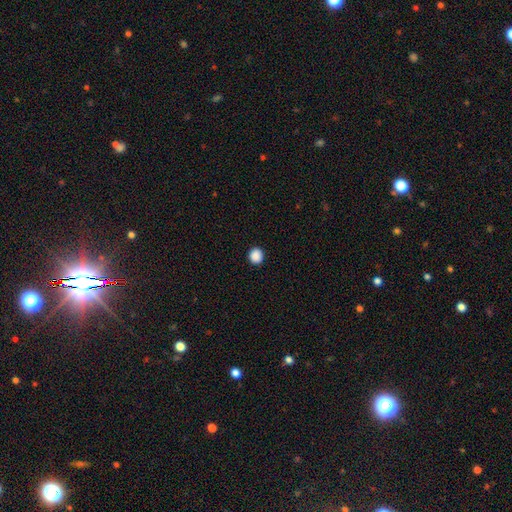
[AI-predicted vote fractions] Smooth or featured: smooth — 89% (star or artifact — 9%)
How rounded: round — 89% (in between — 10%)
Merging: none — 93% (minor disturbance — 5%)